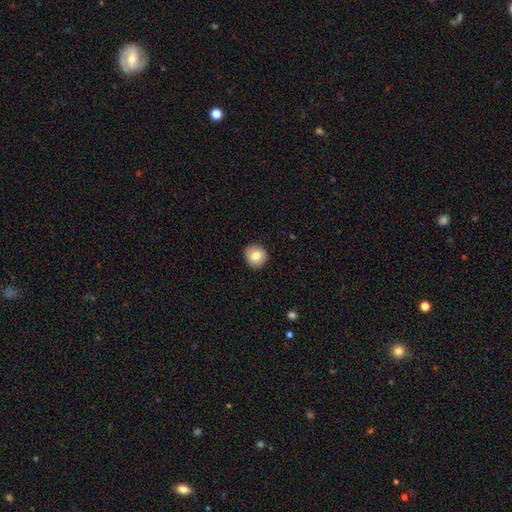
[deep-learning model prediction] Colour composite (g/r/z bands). It shows a smooth galaxy with no disk features (79%) that is round (92%). Merging: none (89%).